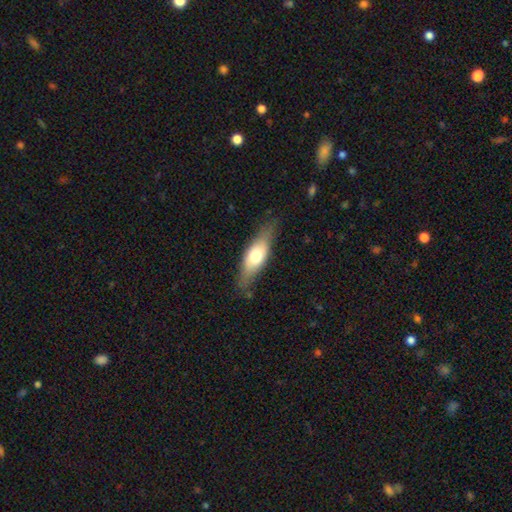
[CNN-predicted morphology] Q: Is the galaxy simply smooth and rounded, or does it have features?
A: smooth — 57%.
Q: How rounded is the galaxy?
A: in between — 58%.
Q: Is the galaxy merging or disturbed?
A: none — 77%.